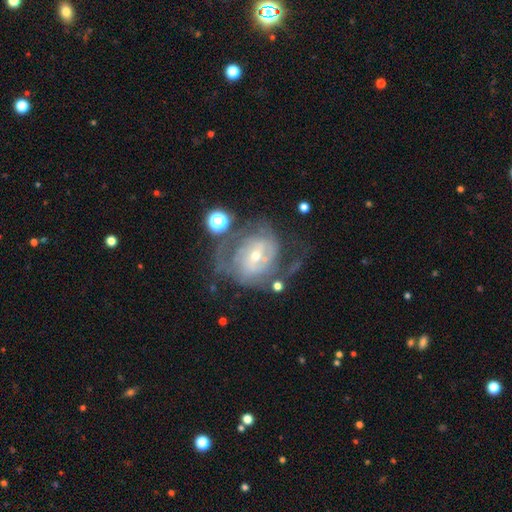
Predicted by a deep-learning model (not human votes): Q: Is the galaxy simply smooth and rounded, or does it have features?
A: featured or disk — 81%.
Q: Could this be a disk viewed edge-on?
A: no — 97%.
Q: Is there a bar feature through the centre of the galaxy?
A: weak — 42%.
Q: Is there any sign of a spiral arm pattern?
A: yes — 85%.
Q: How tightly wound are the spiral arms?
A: tight — 49%.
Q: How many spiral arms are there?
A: can't tell — 39%.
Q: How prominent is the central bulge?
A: small — 63%.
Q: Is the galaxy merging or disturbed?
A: none — 47%.